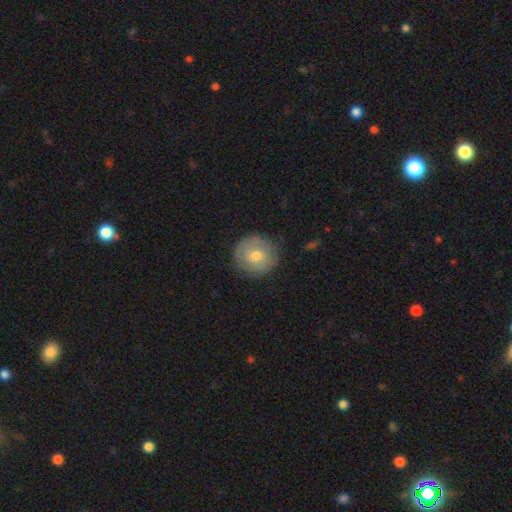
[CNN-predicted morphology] type=smooth (60%); roundness=round (92%); merging=none (82%).